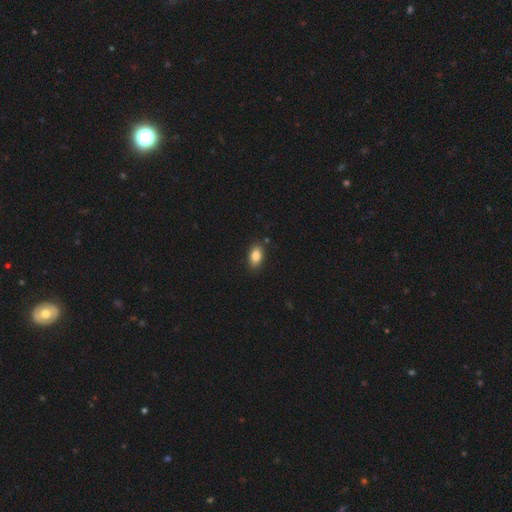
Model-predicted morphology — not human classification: A smooth galaxy with no disk features (85%) that is in between round and cigar-shaped (89%).

Vote fractions:
- Smooth or featured? smooth: 85% / star or artifact: 8% / featured or disk: 7%
- How rounded? in between: 89% / round: 8% / cigar-shaped: 3%
- Merging? none: 85% / minor disturbance: 11% / major disturbance: 2% / merger: 2%